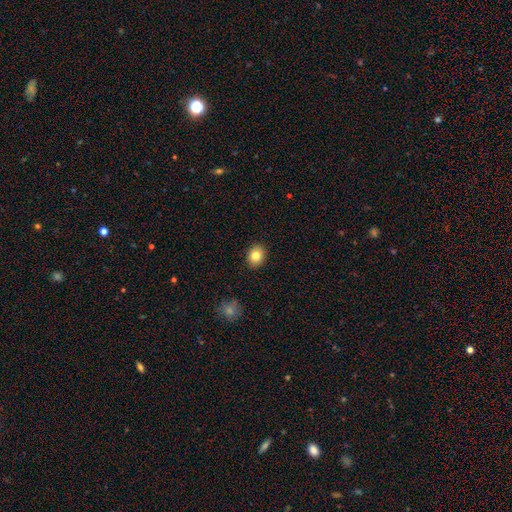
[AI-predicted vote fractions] This is clearly a smooth galaxy (84%). How rounded: possibly round (50%). Merging: clearly none (91%).